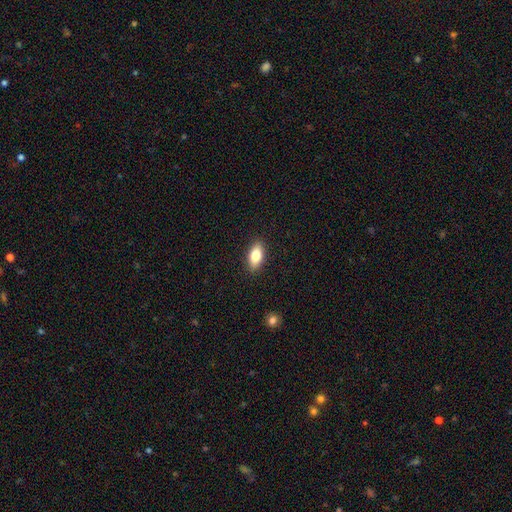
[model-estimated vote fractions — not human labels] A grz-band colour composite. It shows a smooth galaxy with no disk features (77%) that is in between round and cigar-shaped (85%). Merging: none (89%).